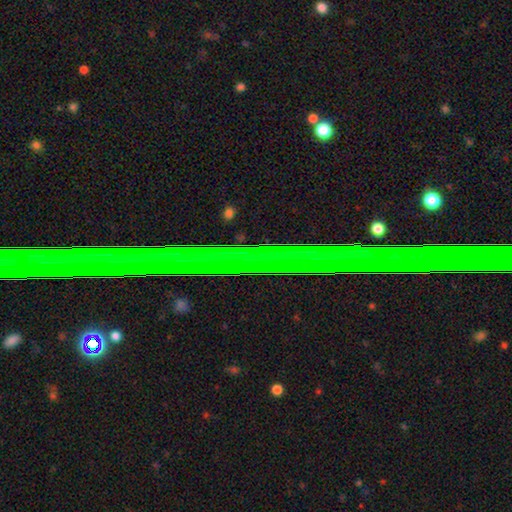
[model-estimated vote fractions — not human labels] Q: Smooth or featured?
A: star or artifact (69%); runner-up: featured or disk (21%)